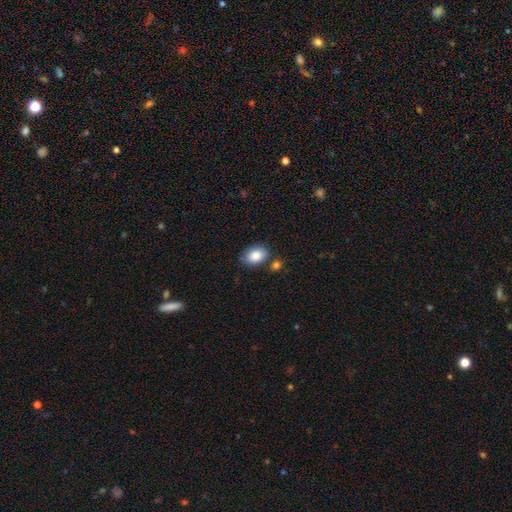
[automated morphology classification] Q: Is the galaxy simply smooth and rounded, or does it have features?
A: smooth — 86%.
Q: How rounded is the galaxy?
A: in between — 82%.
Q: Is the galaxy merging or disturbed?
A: none — 75%.